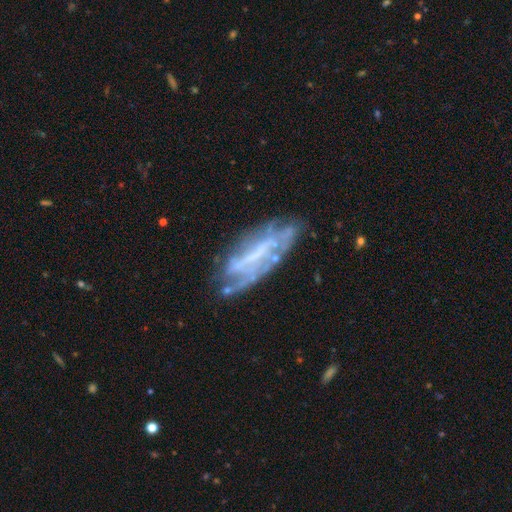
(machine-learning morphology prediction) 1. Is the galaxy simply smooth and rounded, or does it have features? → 73% featured or disk, 18% smooth, 9% star or artifact.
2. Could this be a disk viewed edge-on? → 82% no, 18% yes.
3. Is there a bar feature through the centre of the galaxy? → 36% no, 33% strong, 30% weak.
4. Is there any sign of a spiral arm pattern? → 57% yes, 43% no.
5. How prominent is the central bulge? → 51% none, 29% small, 16% moderate, 3% large, 1% dominant.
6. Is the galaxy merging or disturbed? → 53% none, 25% minor disturbance, 17% major disturbance, 5% merger.